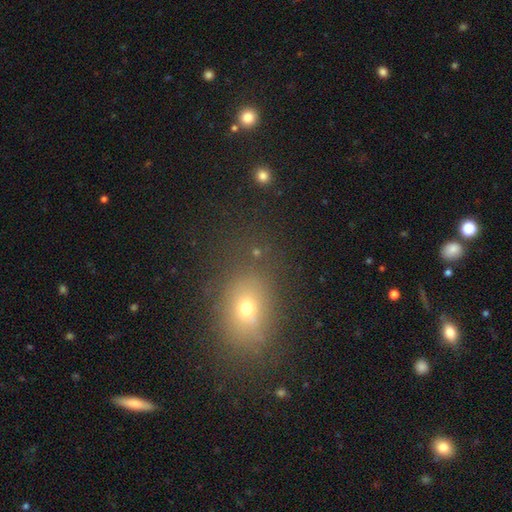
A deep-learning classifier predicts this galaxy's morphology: smooth-or-featured: smooth: 62% | star or artifact: 27% | featured or disk: 11%
  how-rounded: in between: 66% | round: 31% | cigar-shaped: 3%
  merging: none: 83% | minor disturbance: 10% | major disturbance: 4% | merger: 3%